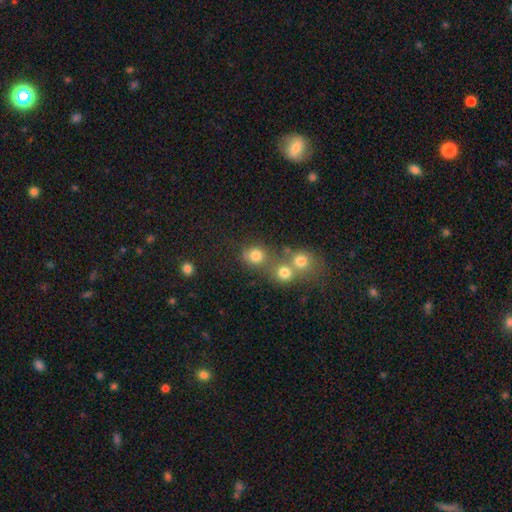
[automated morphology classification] A smooth galaxy with no disk features (77%) that is round (79%). Merging: none (52%).